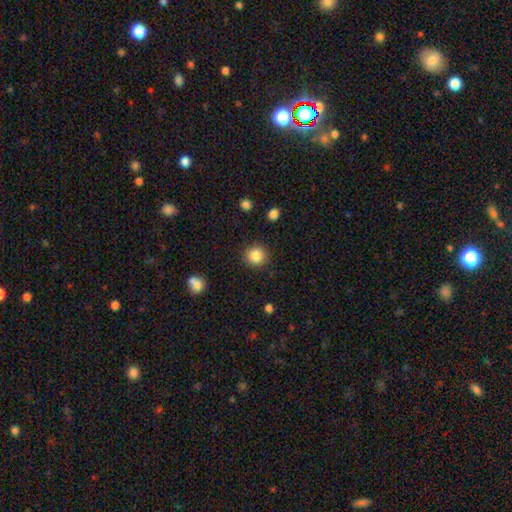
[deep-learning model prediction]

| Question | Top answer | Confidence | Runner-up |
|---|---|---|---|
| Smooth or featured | smooth | 85% | star or artifact (10%) |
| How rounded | round | 93% | in between (6%) |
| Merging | none | 90% | minor disturbance (6%) |